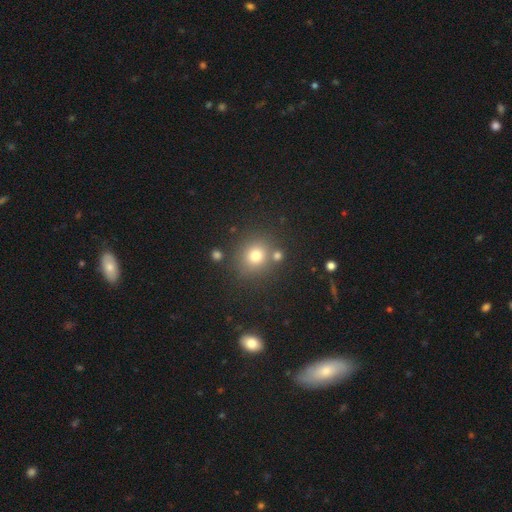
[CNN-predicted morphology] smooth_or_featured: smooth (p=0.75) [alt: star or artifact p=0.16]
how_rounded: round (p=0.85) [alt: in between p=0.14]
merging: none (p=0.76) [alt: merger p=0.12]